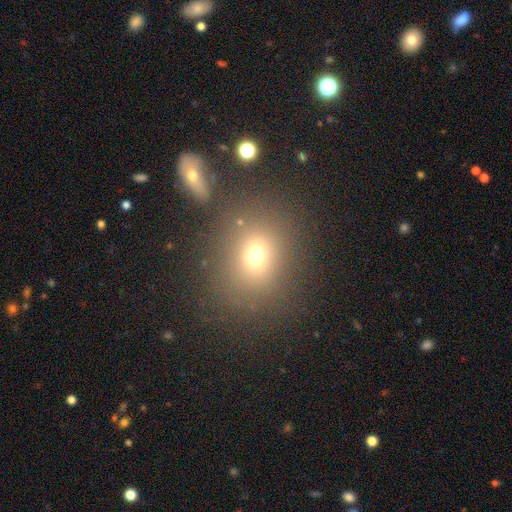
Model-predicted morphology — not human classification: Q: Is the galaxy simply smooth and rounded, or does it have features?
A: smooth — 69%.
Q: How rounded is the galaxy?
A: round — 62%.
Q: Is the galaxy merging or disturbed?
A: none — 76%.